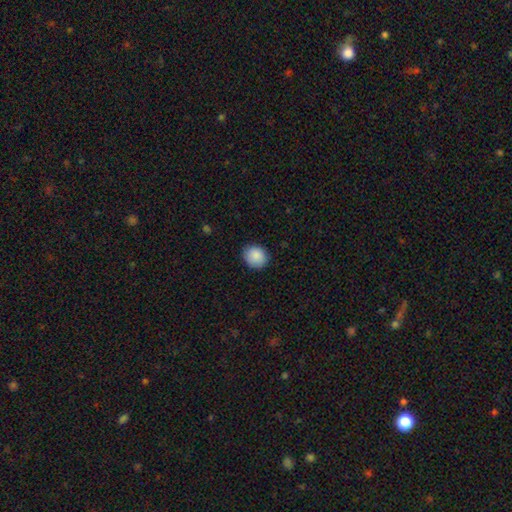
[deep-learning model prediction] Morphology: type=smooth (89%); roundness=round (70%); merging=none (87%).